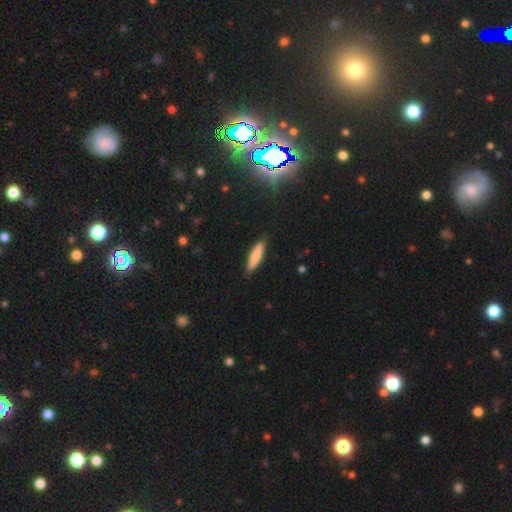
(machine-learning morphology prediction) type=smooth (78%); roundness=cigar-shaped (72%); merging=none (83%).